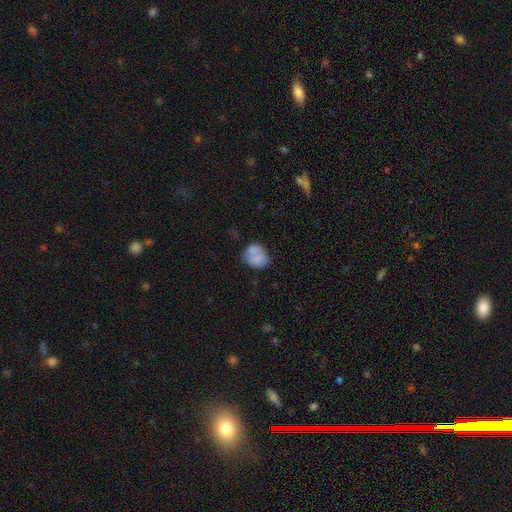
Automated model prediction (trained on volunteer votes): Smooth or featured?
  - smooth: 71% *
  - featured or disk: 21%
  - star or artifact: 8%
How rounded?
  - round: 65% *
  - in between: 34%
  - cigar-shaped: 1%
Merging?
  - none: 41% *
  - merger: 31%
  - minor disturbance: 19%
  - major disturbance: 8%